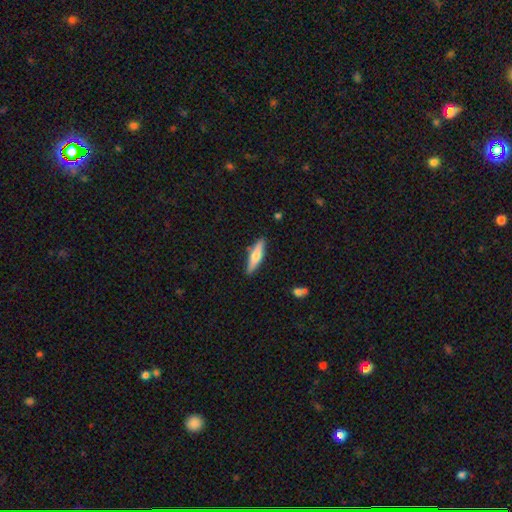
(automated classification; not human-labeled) Smooth or featured?
  - smooth: 51% *
  - featured or disk: 43%
  - star or artifact: 6%
How rounded?
  - cigar-shaped: 73% *
  - in between: 25%
  - round: 2%
Merging?
  - none: 86% *
  - minor disturbance: 10%
  - merger: 2%
  - major disturbance: 2%